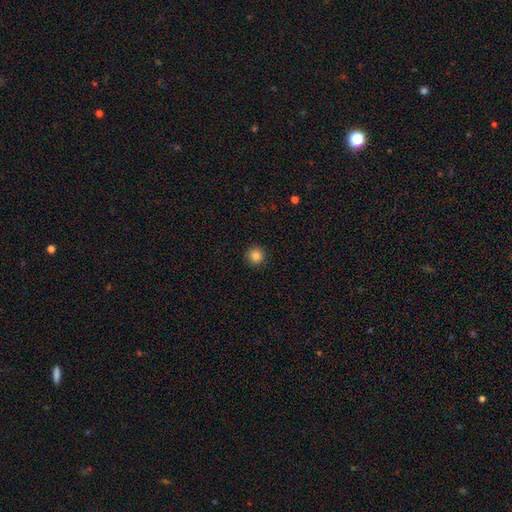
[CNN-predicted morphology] smooth_or_featured: smooth (p=0.86) [alt: star or artifact p=0.11]
how_rounded: round (p=0.95) [alt: in between p=0.04]
merging: none (p=0.92) [alt: minor disturbance p=0.05]